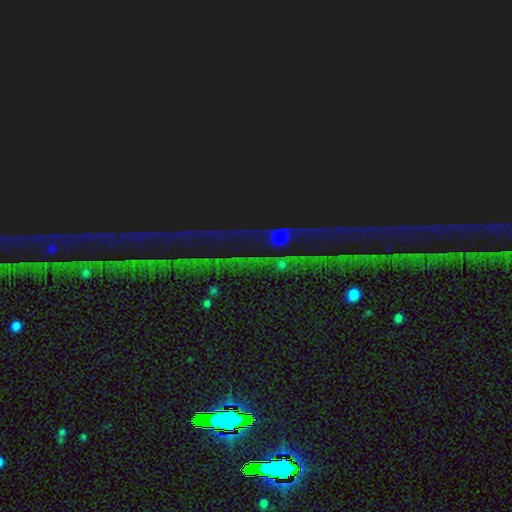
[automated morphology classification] Smooth or featured? star or artifact (69%)